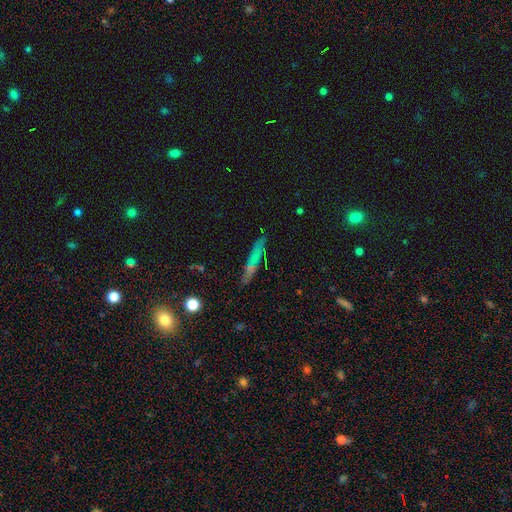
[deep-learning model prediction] Smooth or featured? Predicted: smooth (p=0.56). How rounded? Predicted: cigar-shaped (p=0.88). Merging? Predicted: none (p=0.80).